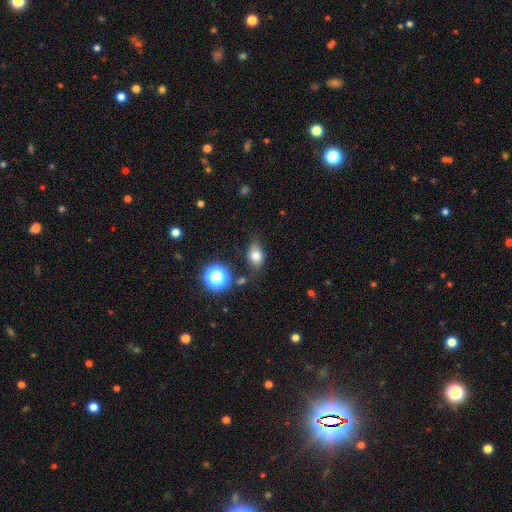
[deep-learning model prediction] Smooth or featured? smooth (74%)
How rounded? in between (77%)
Merging? none (72%)